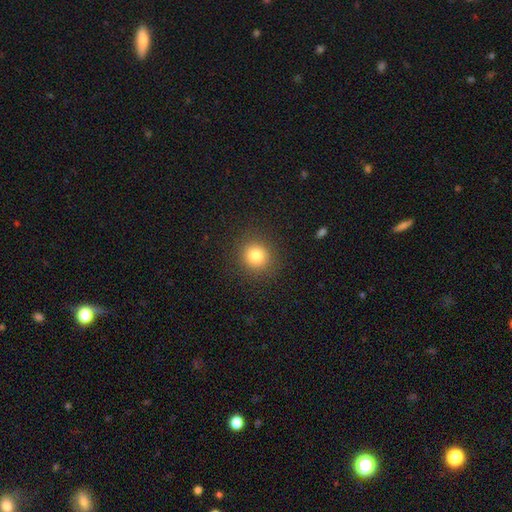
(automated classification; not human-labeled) This is clearly a smooth galaxy (82%). How rounded: clearly round (90%). Merging: clearly none (89%).